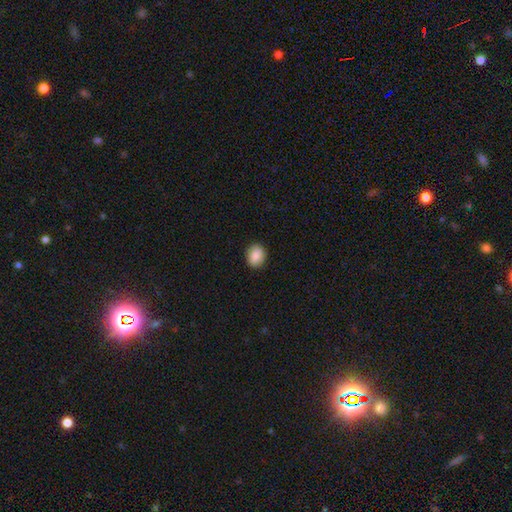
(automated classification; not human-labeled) The model was most divided on "how rounded": in between: 51%, round: 48%, cigar-shaped: 1%. More confident: merging — none (90%); smooth or featured — smooth (89%).